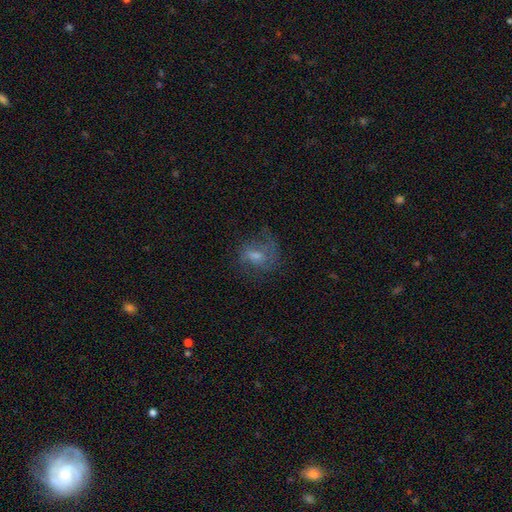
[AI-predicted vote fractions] featured or disk 49%, smooth 34%, star or artifact 17%. Down the decision tree: merging — none (57%).